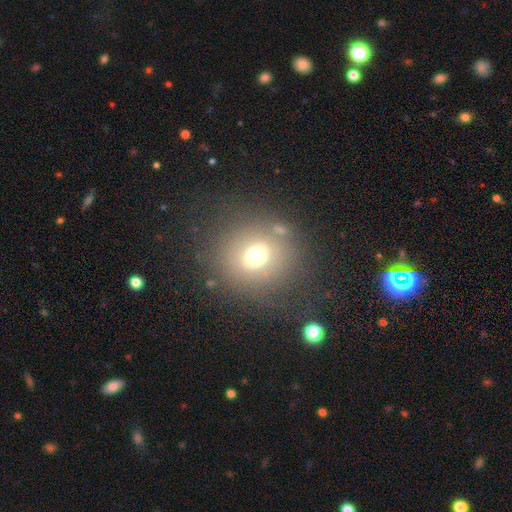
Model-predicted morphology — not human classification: The model was most divided on "smooth or featured": smooth: 63%, featured or disk: 19%, star or artifact: 18%. More confident: how rounded — round (83%); merging — none (73%).